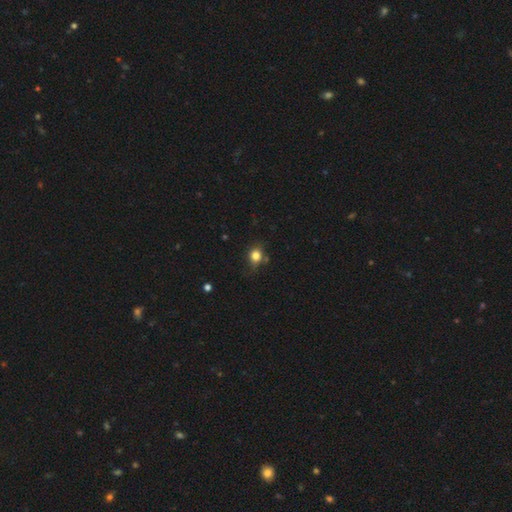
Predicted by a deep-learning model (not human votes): Smooth or featured? Predicted: smooth (p=0.80). How rounded? Predicted: round (p=0.69). Merging? Predicted: none (p=0.66).